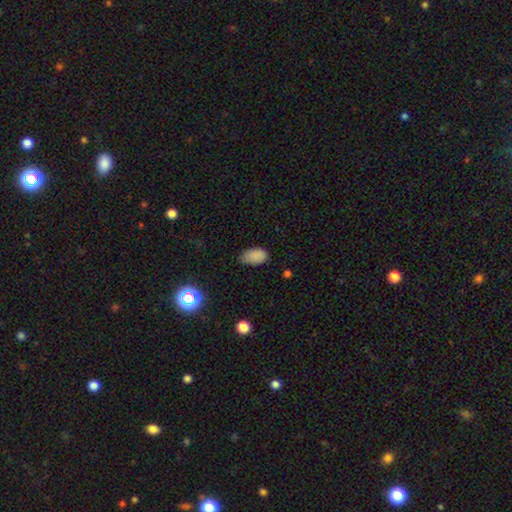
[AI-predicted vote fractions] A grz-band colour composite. It shows a smooth galaxy with no disk features (84%) that is in between round and cigar-shaped (92%). Merging: none (61%).